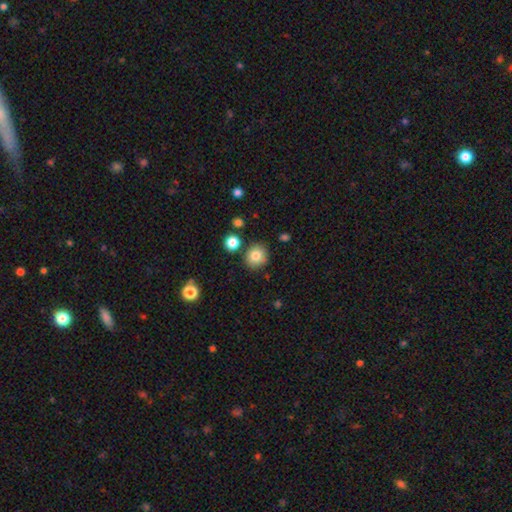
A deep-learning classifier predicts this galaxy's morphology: Smooth or featured?
  - smooth: 81% *
  - star or artifact: 11%
  - featured or disk: 8%
How rounded?
  - round: 87% *
  - in between: 12%
  - cigar-shaped: 1%
Merging?
  - none: 83% *
  - minor disturbance: 9%
  - merger: 5%
  - major disturbance: 2%